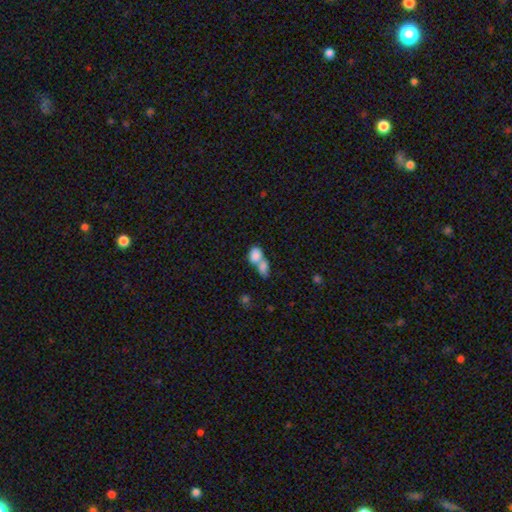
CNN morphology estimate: This appears to be a smooth galaxy with no disk features (82%) that is in between round and cigar-shaped (77%). Merging: merger (74%).